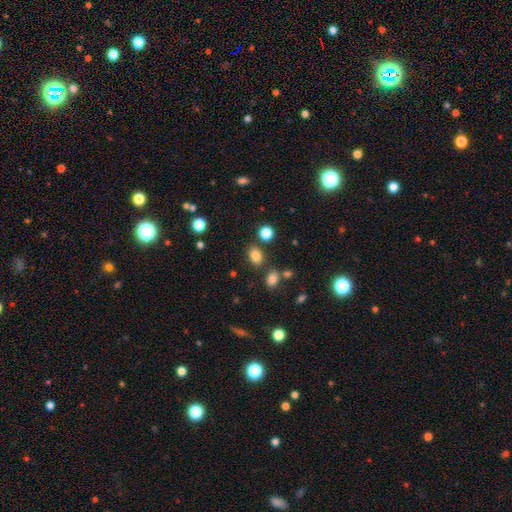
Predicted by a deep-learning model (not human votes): Smooth or featured?
  - smooth: 81% *
  - star or artifact: 13%
  - featured or disk: 6%
How rounded?
  - in between: 66% *
  - round: 33%
  - cigar-shaped: 1%
Merging?
  - none: 78% *
  - minor disturbance: 11%
  - merger: 8%
  - major disturbance: 4%